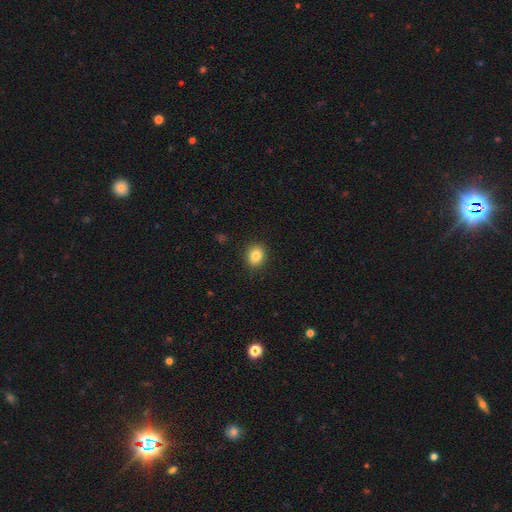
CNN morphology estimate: A smooth galaxy with no disk features (84%) that is round (59%). Merging: none (90%).